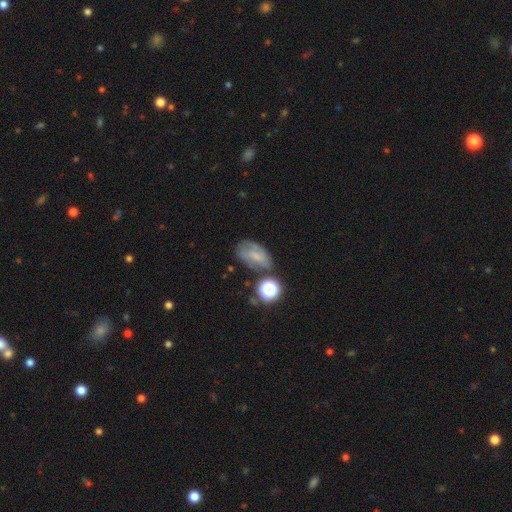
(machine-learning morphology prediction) Overall: smooth (51%; featured or disk 34%). How rounded: in between (84%). Merging: none (52%; minor disturbance 26%).